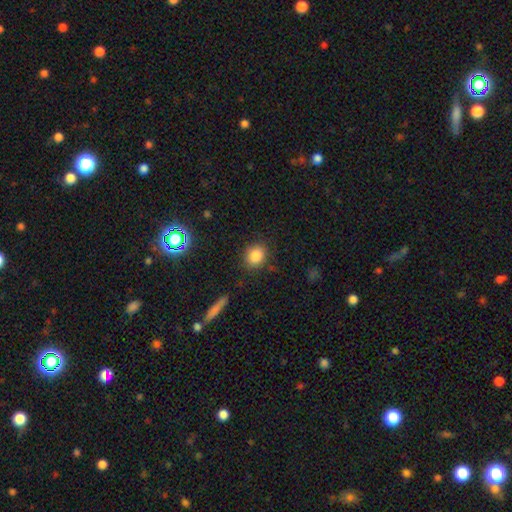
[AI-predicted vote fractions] Smooth or featured?
  - smooth: 83% *
  - star or artifact: 11%
  - featured or disk: 6%
How rounded?
  - round: 72% *
  - in between: 27%
  - cigar-shaped: 1%
Merging?
  - none: 83% *
  - minor disturbance: 11%
  - major disturbance: 3%
  - merger: 2%